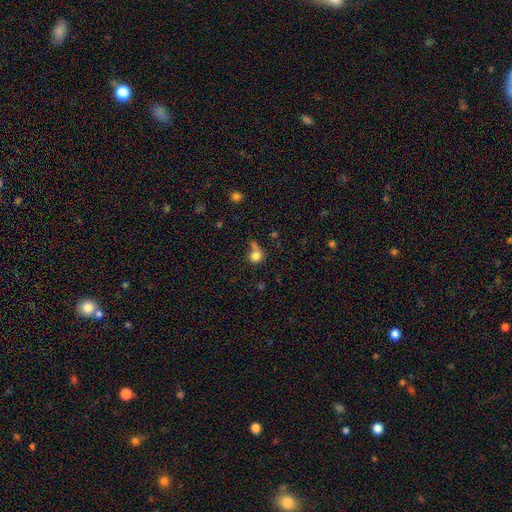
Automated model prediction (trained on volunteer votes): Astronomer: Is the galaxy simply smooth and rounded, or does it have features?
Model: smooth — 79%.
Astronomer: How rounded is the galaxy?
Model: round — 83%.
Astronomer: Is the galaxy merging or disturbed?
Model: none — 44% (runner-up: minor disturbance, 20%).